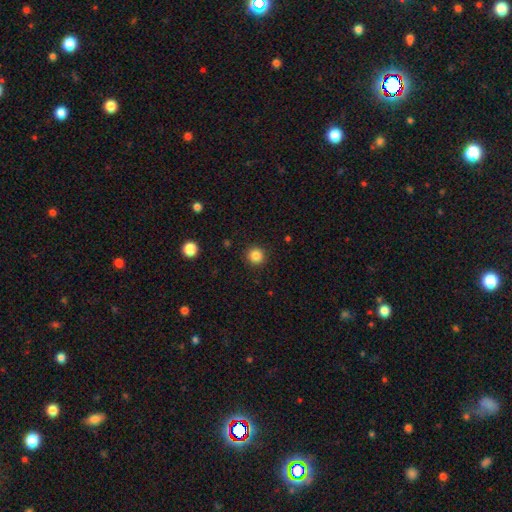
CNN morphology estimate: smooth 85%, star or artifact 11%, featured or disk 4%. Down the decision tree: how rounded — round (95%); merging — none (92%).